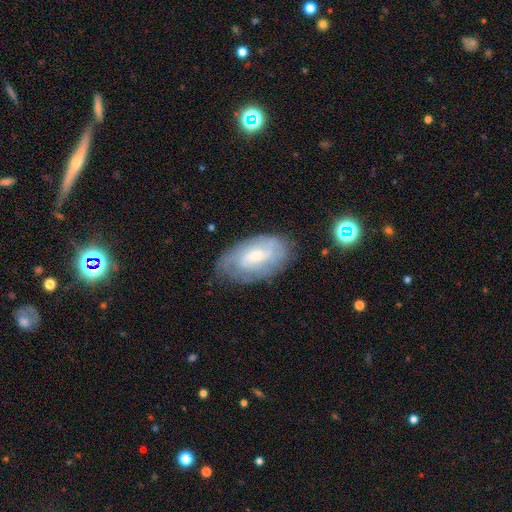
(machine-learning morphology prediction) Smooth or featured? featured or disk (62%)
Edge-on disk? no (94%)
Bar? no (46%)
Spiral arms? yes (80%)
Bulge size? moderate (46%)
Merging? none (70%)